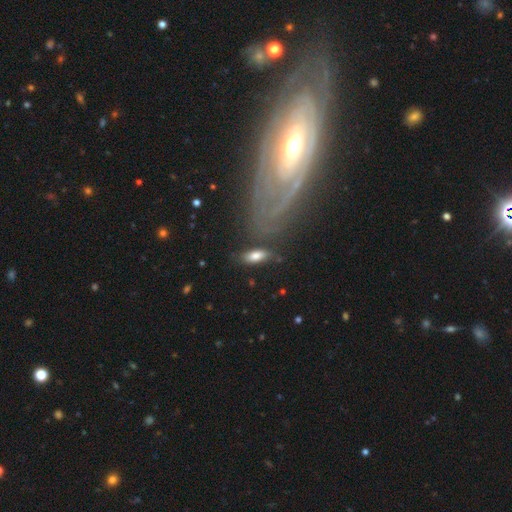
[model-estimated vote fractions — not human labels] The model was most divided on "smooth or featured": smooth: 76%, featured or disk: 17%, star or artifact: 7%. More confident: how rounded — in between (79%); merging — none (75%).